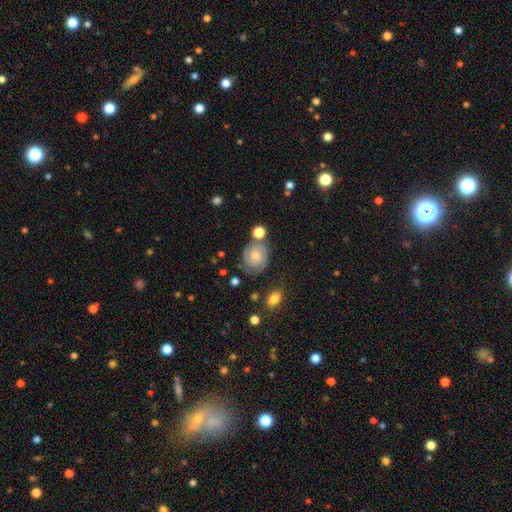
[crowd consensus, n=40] This is likely a featured or disk galaxy (65%). It is clearly not viewed edge-on (100%). Bar: likely no (77%). Spiral arm pattern: clearly yes (96%). Spiral arm count: marginally can't tell (44%). Spiral winding: likely tight (64%). Central bulge: possibly moderate (54%). Merging: likely none (66%).